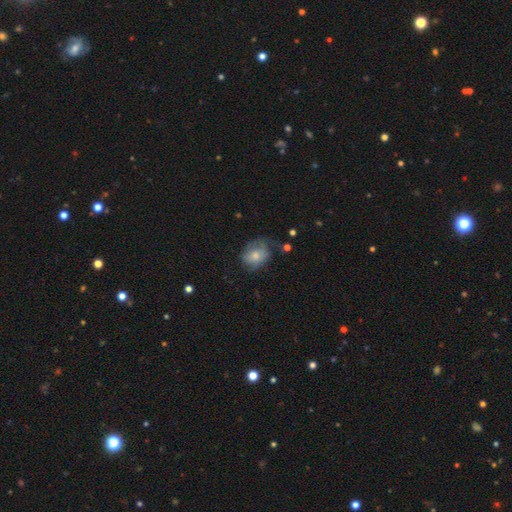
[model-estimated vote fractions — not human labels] Overall: smooth (58%; featured or disk 34%). How rounded: in between (62%; round 37%). Merging: none (43%; minor disturbance 32%).